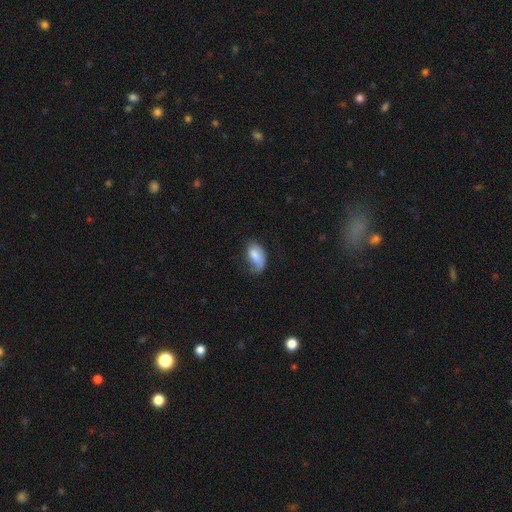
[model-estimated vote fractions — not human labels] The model was most divided on "merging": none: 39%, minor disturbance: 32%, major disturbance: 27%, merger: 3%. More confident: how rounded — in between (92%); smooth or featured — smooth (65%).